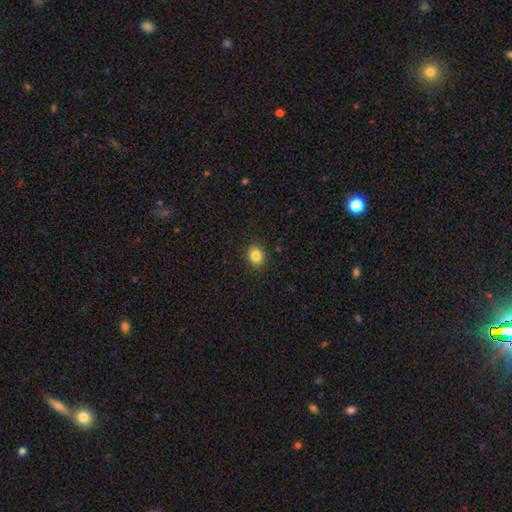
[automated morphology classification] Smooth or featured? Predicted: smooth (p=0.85). How rounded? Predicted: round (p=0.66). Merging? Predicted: none (p=0.90).